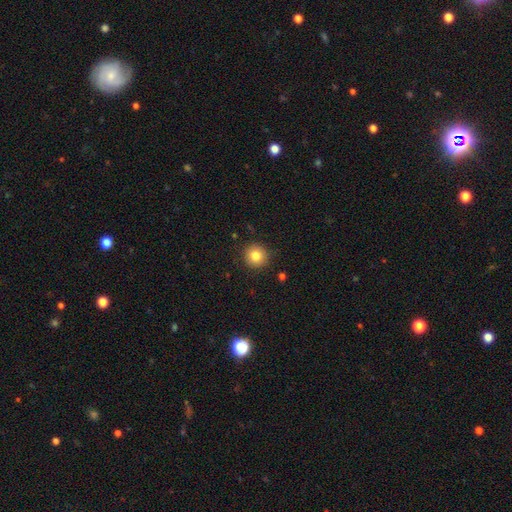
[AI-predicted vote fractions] Smooth or featured? smooth (82%)
How rounded? round (94%)
Merging? none (89%)